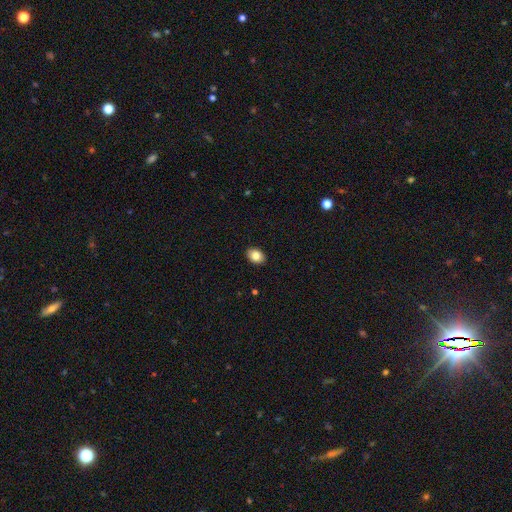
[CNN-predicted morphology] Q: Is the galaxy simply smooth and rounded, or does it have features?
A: smooth — 84%.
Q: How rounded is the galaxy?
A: in between — 75%.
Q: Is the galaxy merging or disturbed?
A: none — 91%.